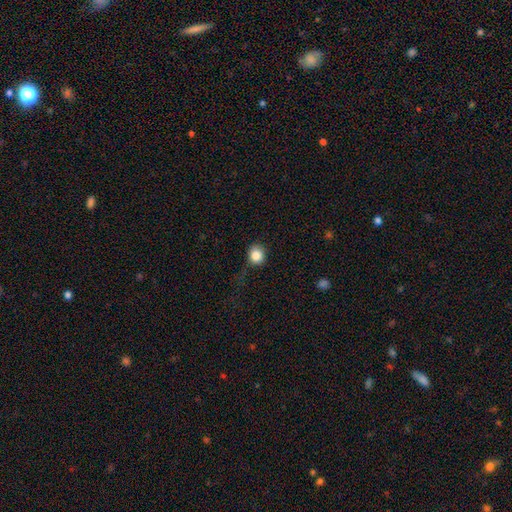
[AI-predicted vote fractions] This appears to be a smooth galaxy with no disk features (84%) that is round (79%). Merging: none (70%).